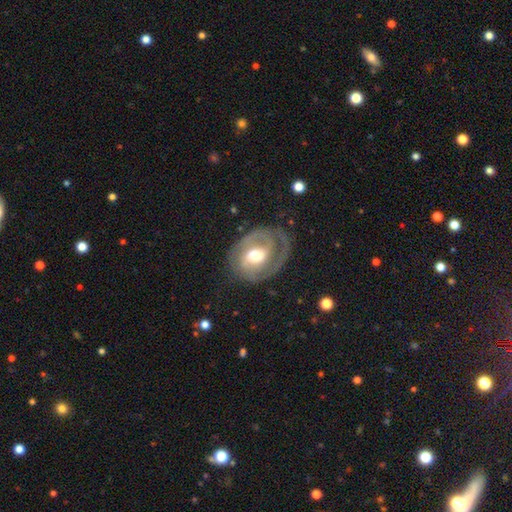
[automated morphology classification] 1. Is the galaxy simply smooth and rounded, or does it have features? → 82% featured or disk, 13% smooth, 5% star or artifact.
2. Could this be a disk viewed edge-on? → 97% no, 3% yes.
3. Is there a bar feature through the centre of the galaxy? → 43% weak, 40% no, 17% strong.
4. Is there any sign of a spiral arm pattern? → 91% yes, 9% no.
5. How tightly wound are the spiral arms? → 51% tight, 37% medium, 12% loose.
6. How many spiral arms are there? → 58% 2, 22% 1, 12% can't tell, 4% 3, 2% 4, 2% more than 4.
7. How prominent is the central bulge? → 63% moderate, 22% large, 12% small, 2% dominant, 1% none.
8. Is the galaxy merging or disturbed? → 65% none, 19% minor disturbance, 14% major disturbance, 2% merger.